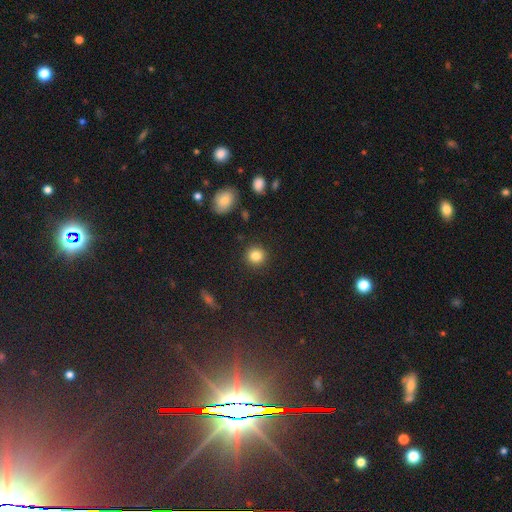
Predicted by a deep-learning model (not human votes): Smooth or featured? smooth (84%)
How rounded? round (92%)
Merging? none (91%)